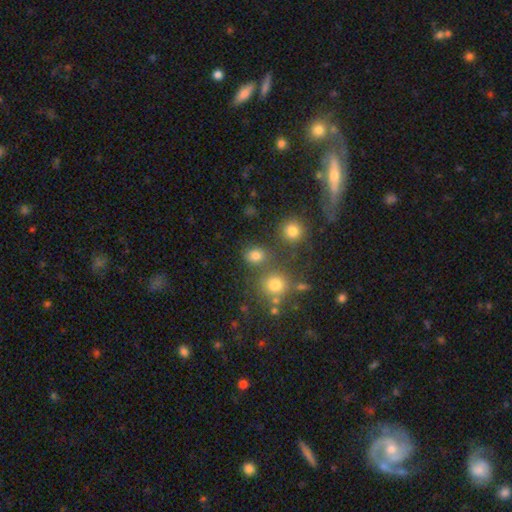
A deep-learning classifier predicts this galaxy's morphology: A smooth galaxy with no disk features (78%) that is round (75%). Merging: none (69%).